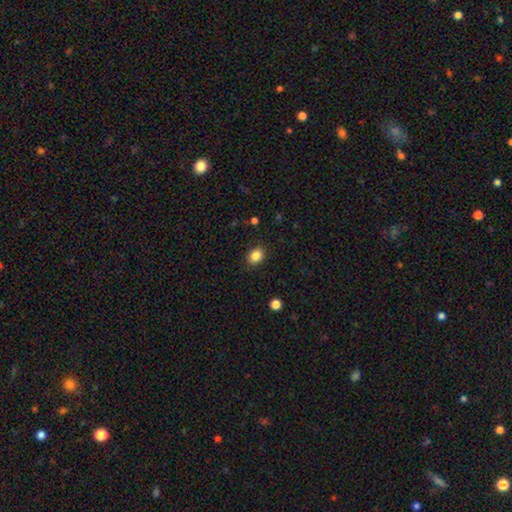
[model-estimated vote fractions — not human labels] Smooth or featured: smooth — 85% (star or artifact — 10%)
How rounded: in between — 51% (round — 48%)
Merging: none — 88% (minor disturbance — 9%)